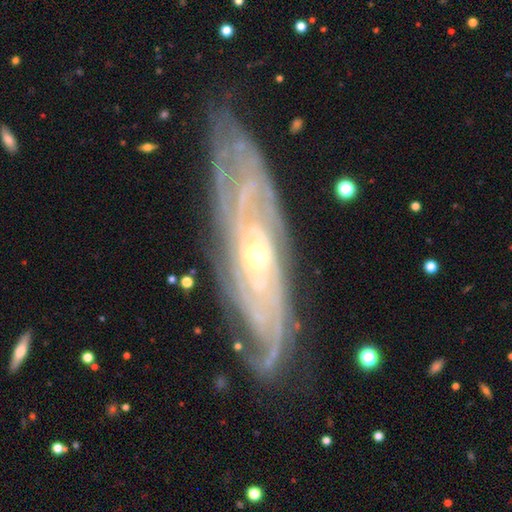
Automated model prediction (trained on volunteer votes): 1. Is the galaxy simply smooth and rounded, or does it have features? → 88% featured or disk, 6% smooth, 6% star or artifact.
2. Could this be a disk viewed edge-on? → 79% no, 21% yes.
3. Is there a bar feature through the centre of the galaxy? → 70% no, 22% weak, 8% strong.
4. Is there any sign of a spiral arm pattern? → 97% yes, 3% no.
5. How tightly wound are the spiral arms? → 77% tight, 19% medium, 4% loose.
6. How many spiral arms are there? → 39% can't tell, 14% 4, 14% 2, 14% 3, 12% more than 4, 6% 1.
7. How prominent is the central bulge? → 66% small, 31% moderate, 2% large, 1% none, 1% dominant.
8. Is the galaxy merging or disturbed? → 82% none, 13% minor disturbance, 4% major disturbance, 2% merger.